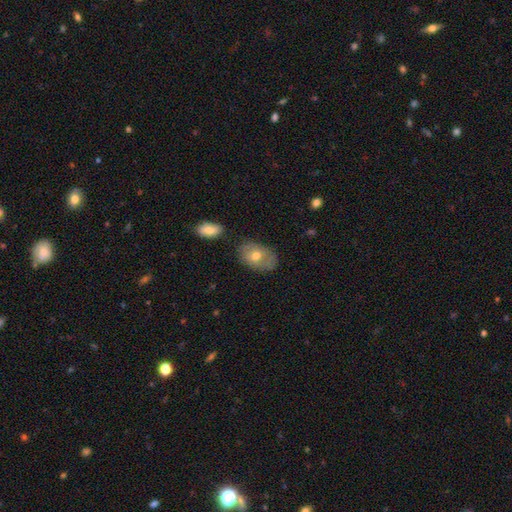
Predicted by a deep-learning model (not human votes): The model was most divided on "smooth or featured": smooth: 61%, featured or disk: 31%, star or artifact: 7%. More confident: how rounded — in between (85%); merging — none (68%).